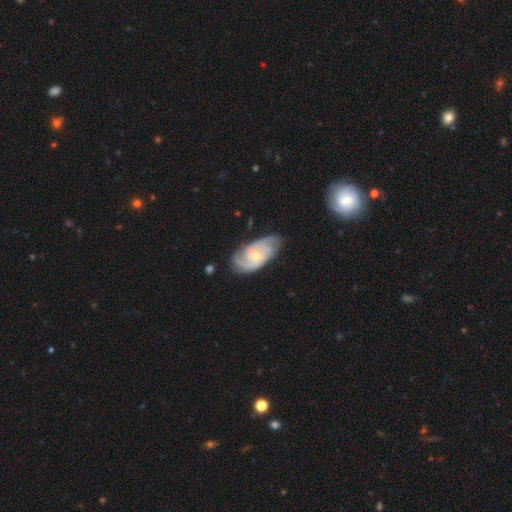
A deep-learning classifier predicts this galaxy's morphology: A featured or disk galaxy (86%) with no bar (70%), 2 (48%) tight (53%) spiral arms (97%) and a small central bulge (63%).

Vote fractions:
- Smooth or featured? featured or disk: 86% / smooth: 9% / star or artifact: 4%
- Edge-on disk? no: 96% / yes: 4%
- Bar? no: 70% / weak: 25% / strong: 4%
- Spiral arms? yes: 97% / no: 3%
- Spiral winding? tight: 53% / medium: 39% / loose: 8%
- Spiral arm count? 2: 48% / 3: 29% / can't tell: 12% / 4: 4% / 1: 4% / more than 4: 3%
- Bulge size? small: 63% / moderate: 33% / none: 2% / large: 1% / dominant: 1%
- Merging? none: 75% / minor disturbance: 19% / major disturbance: 5% / merger: 1%